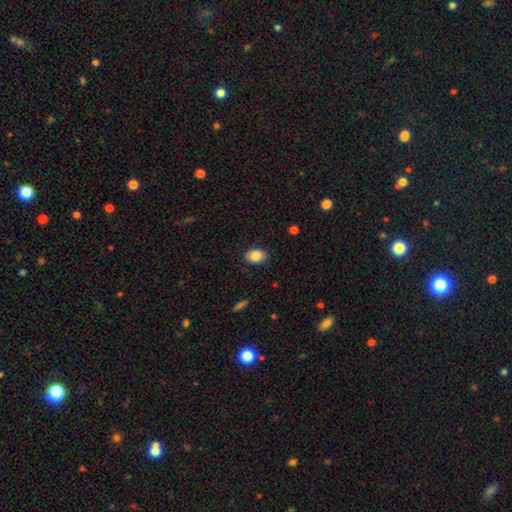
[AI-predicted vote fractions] Overall: smooth (87%). How rounded: in between (83%). Merging: none (86%).